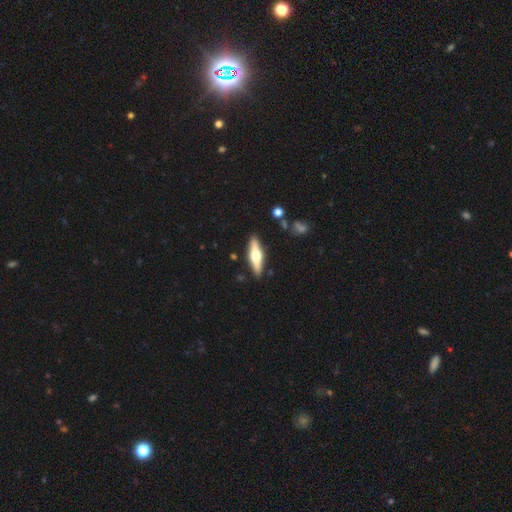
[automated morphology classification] featured or disk 54%, smooth 40%, star or artifact 6%. Down the decision tree: edge-on disk — yes (94%); edge-on bulge — rounded (94%); merging — none (88%).